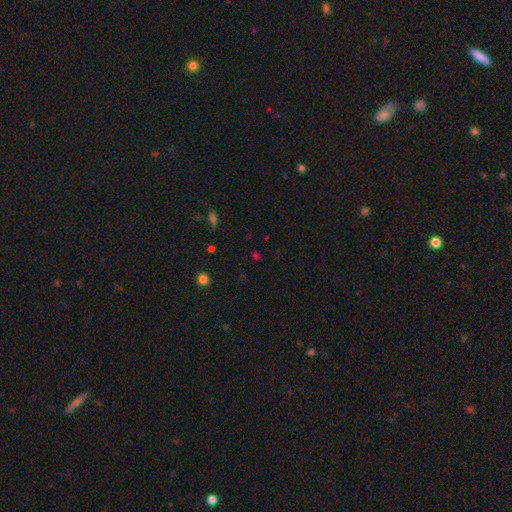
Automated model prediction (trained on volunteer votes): This is possibly a star or artifact rather than a galaxy (51%).